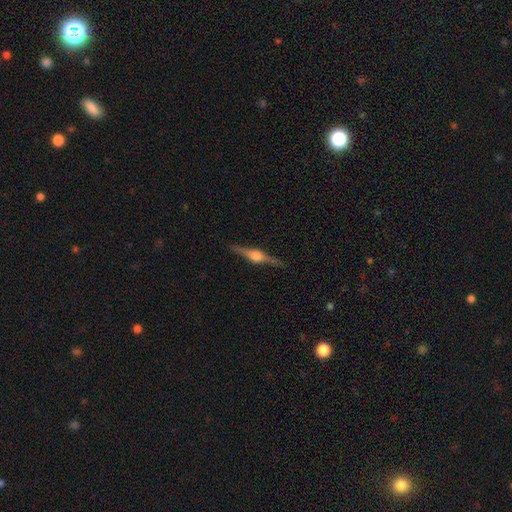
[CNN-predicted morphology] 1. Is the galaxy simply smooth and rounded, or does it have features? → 83% featured or disk, 11% smooth, 6% star or artifact.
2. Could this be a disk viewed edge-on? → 98% yes, 2% no.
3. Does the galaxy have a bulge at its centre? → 89% rounded, 9% boxy, 2% none.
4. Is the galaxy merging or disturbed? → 90% none, 7% minor disturbance, 2% major disturbance, 1% merger.